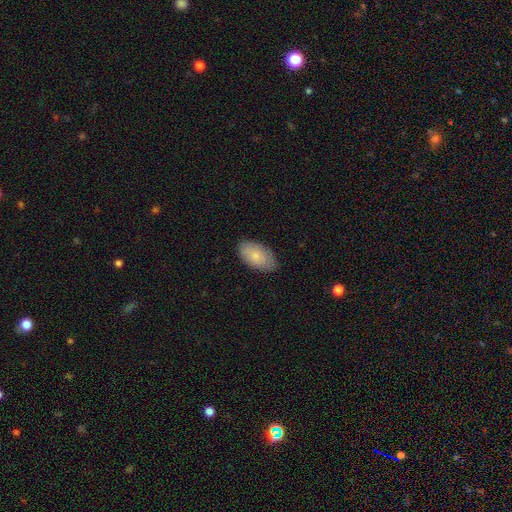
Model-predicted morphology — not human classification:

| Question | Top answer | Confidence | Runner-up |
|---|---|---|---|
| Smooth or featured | smooth | 79% | featured or disk (15%) |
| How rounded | in between | 94% | round (4%) |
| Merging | none | 81% | minor disturbance (15%) |